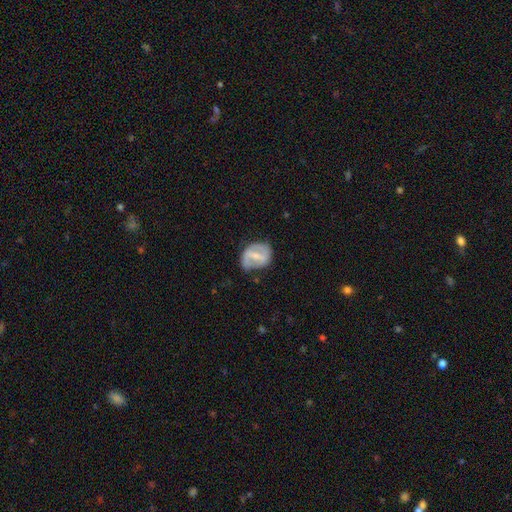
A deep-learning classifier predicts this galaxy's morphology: This is likely a featured or disk galaxy (61%). It is clearly not viewed edge-on (96%). Bar: possibly strong (48%). Spiral arm pattern: likely yes (61%). Central bulge: possibly small (47%). Merging: possibly none (60%).